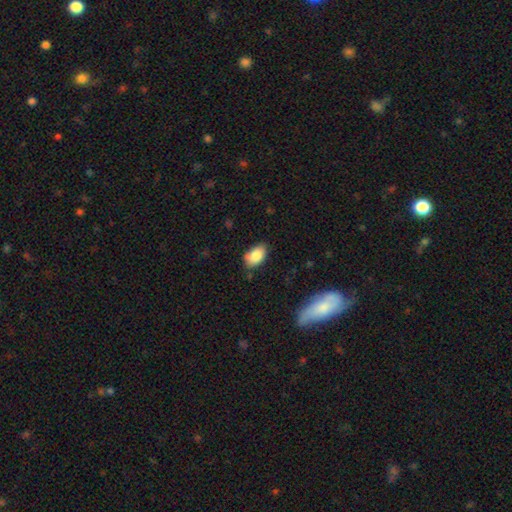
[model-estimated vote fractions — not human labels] Smooth or featured? smooth (85%)
How rounded? in between (92%)
Merging? none (74%)